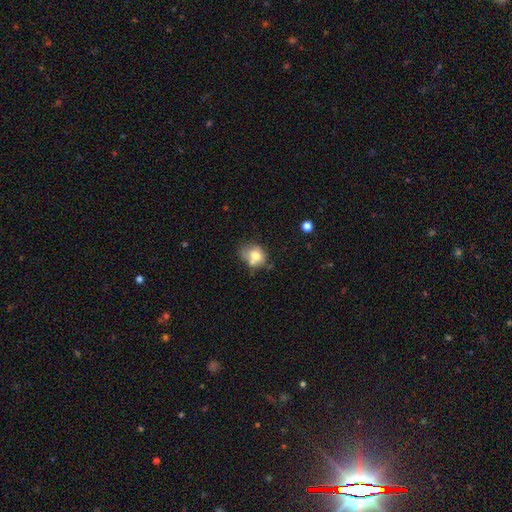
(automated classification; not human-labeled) Smooth or featured?
  - smooth: 69% *
  - featured or disk: 21%
  - star or artifact: 10%
How rounded?
  - round: 51% *
  - in between: 48%
  - cigar-shaped: 1%
Merging?
  - none: 39% *
  - minor disturbance: 25%
  - merger: 24%
  - major disturbance: 11%